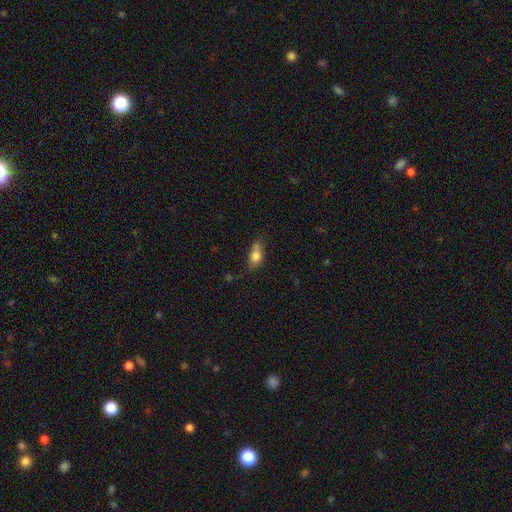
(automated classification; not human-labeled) Smooth or featured: smooth — 77% (featured or disk — 14%)
How rounded: in between — 82% (round — 10%)
Merging: none — 54% (minor disturbance — 28%)